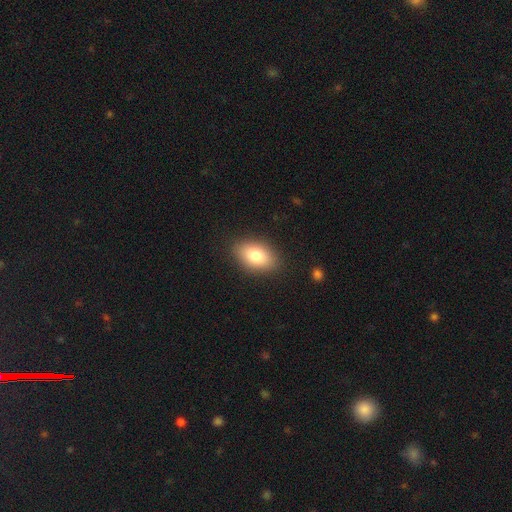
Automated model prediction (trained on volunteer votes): The model was most divided on "smooth or featured": smooth: 80%, featured or disk: 12%, star or artifact: 8%. More confident: how rounded — in between (90%); merging — none (87%).